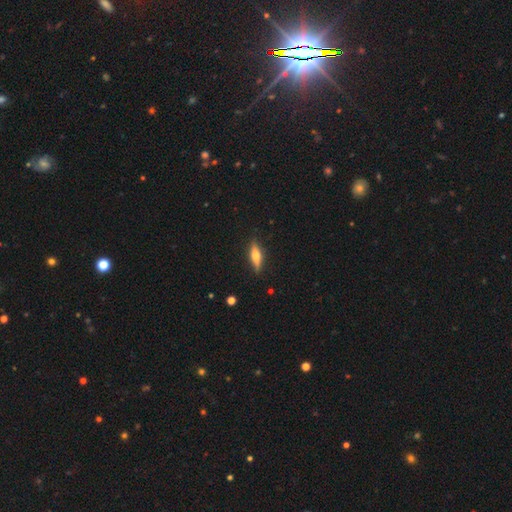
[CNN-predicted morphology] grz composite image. It shows a smooth galaxy with no disk features (50%) that is cigar-shaped (58%). Merging: none (84%).